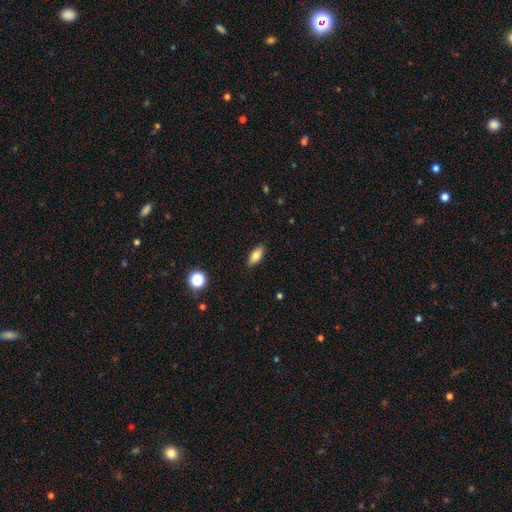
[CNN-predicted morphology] smooth-or-featured: smooth: 81% | featured or disk: 11% | star or artifact: 8%
  how-rounded: in between: 85% | cigar-shaped: 12% | round: 3%
  merging: none: 88% | minor disturbance: 9% | major disturbance: 2% | merger: 1%